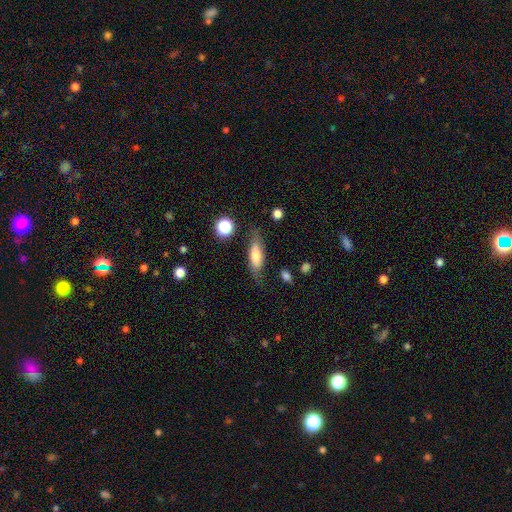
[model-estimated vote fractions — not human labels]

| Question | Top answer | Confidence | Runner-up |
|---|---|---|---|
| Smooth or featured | smooth | 63% | featured or disk (29%) |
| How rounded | in between | 53% | cigar-shaped (43%) |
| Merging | none | 72% | minor disturbance (19%) |